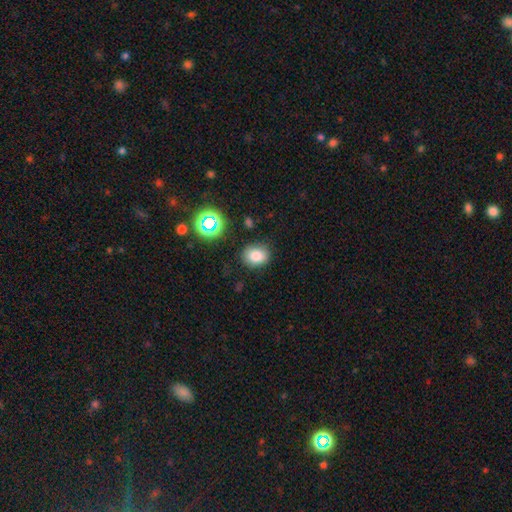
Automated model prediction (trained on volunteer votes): Smooth or featured? Predicted: smooth (p=0.79). How rounded? Predicted: round (p=0.53). Merging? Predicted: none (p=0.81).